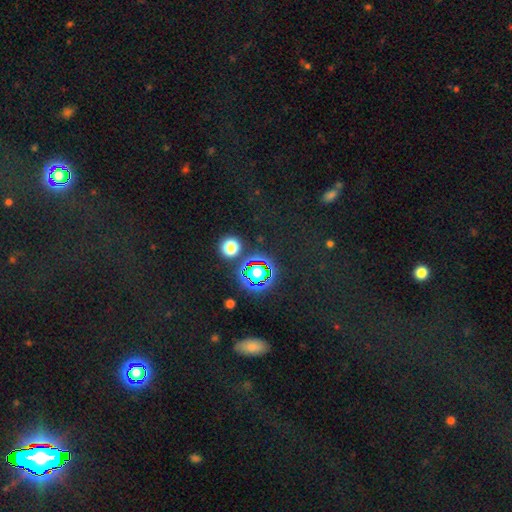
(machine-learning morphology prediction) This is likely a star or artifact rather than a galaxy (64%).